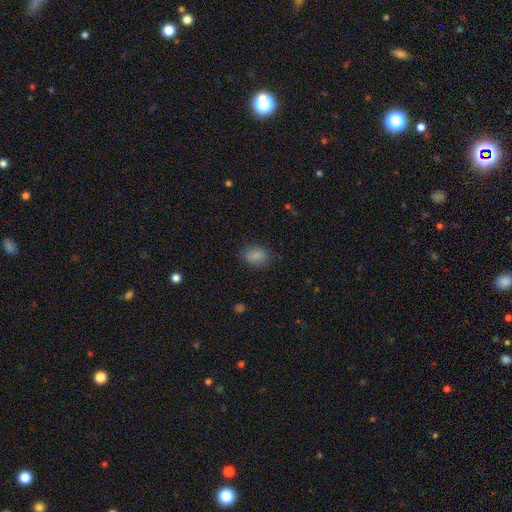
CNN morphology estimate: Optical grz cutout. It shows a smooth galaxy with no disk features (86%) that is in between round and cigar-shaped (68%). Merging: none (77%).